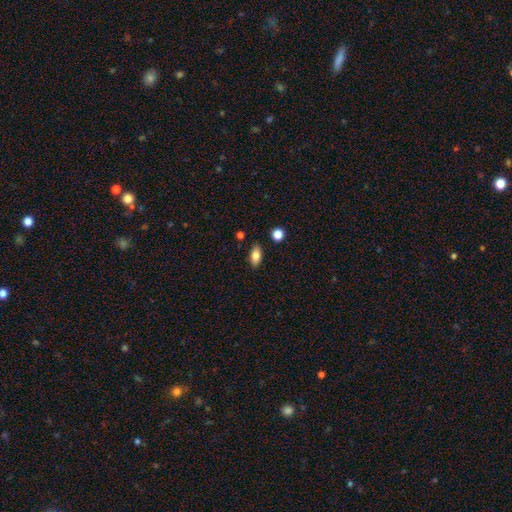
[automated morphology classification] smooth-or-featured: smooth: 80% | featured or disk: 12% | star or artifact: 8%
  how-rounded: in between: 88% | cigar-shaped: 8% | round: 5%
  merging: none: 87% | minor disturbance: 9% | merger: 2% | major disturbance: 2%